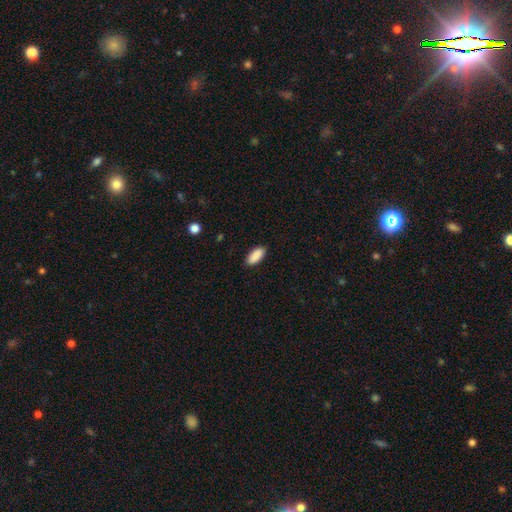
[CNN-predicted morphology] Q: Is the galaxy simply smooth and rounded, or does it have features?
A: smooth — 90%.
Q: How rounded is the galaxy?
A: in between — 87%.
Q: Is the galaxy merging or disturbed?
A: none — 89%.